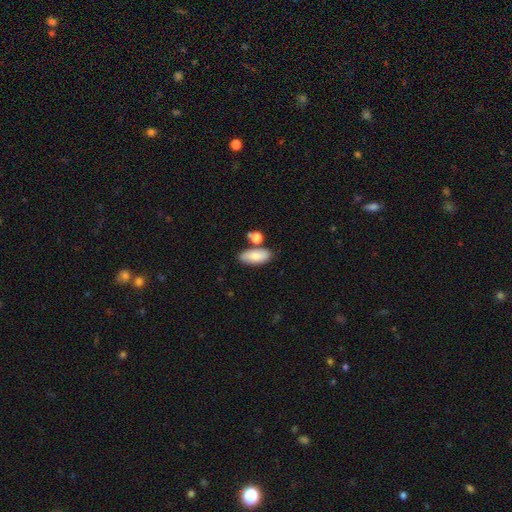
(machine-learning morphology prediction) A smooth galaxy with no disk features (81%) that is in between round and cigar-shaped (86%).

Vote fractions:
- Smooth or featured? smooth: 81% / featured or disk: 12% / star or artifact: 7%
- How rounded? in between: 86% / cigar-shaped: 10% / round: 4%
- Merging? none: 70% / minor disturbance: 13% / merger: 13% / major disturbance: 4%